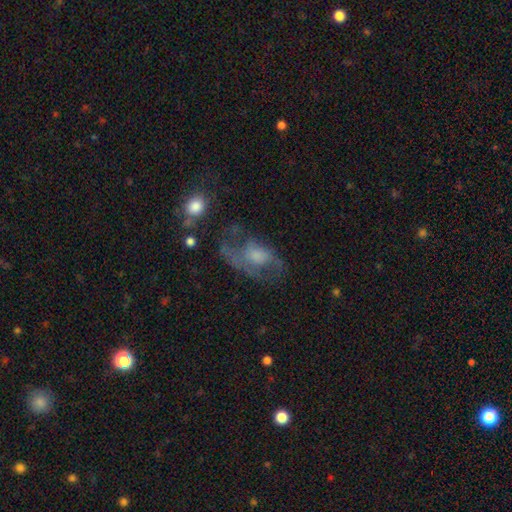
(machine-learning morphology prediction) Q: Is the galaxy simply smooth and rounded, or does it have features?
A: featured or disk — 56%.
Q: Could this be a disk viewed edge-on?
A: no — 94%.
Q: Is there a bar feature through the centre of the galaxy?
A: no — 74%.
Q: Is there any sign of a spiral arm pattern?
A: yes — 56%.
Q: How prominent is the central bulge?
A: moderate — 37%.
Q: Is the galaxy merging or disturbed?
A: major disturbance — 37%.